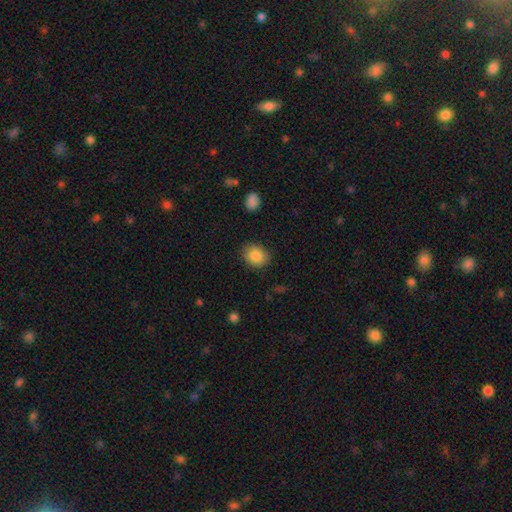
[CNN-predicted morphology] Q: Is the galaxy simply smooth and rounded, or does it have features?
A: smooth — 85%.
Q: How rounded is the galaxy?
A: round — 50%.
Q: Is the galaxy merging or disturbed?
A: none — 85%.